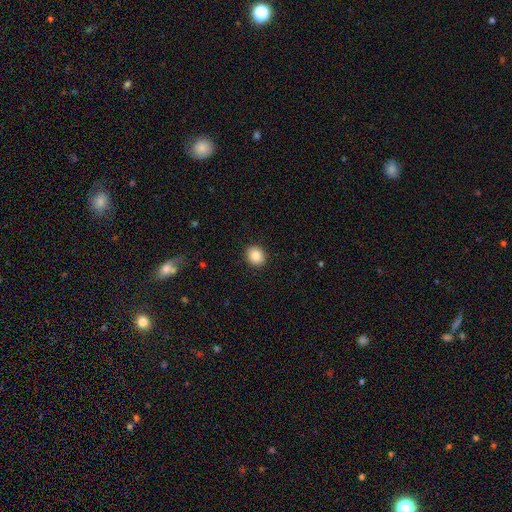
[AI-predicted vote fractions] Smooth or featured: smooth — 87% (star or artifact — 9%)
How rounded: round — 70% (in between — 30%)
Merging: none — 91% (minor disturbance — 6%)